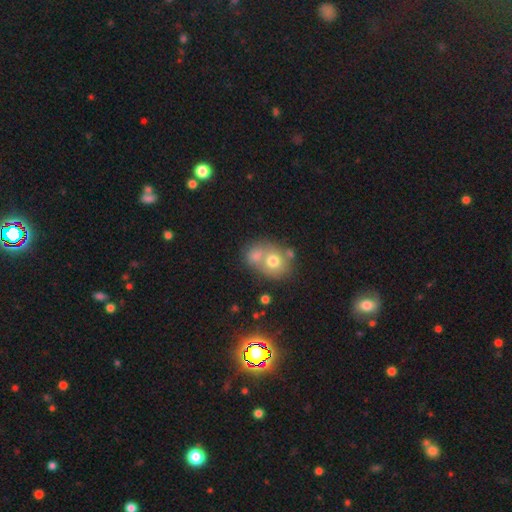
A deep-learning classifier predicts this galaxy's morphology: Q: Smooth or featured?
A: smooth (70%); runner-up: featured or disk (20%)
Q: How rounded?
A: round (65%); runner-up: in between (34%)
Q: Merging?
A: merger (54%); runner-up: none (32%)